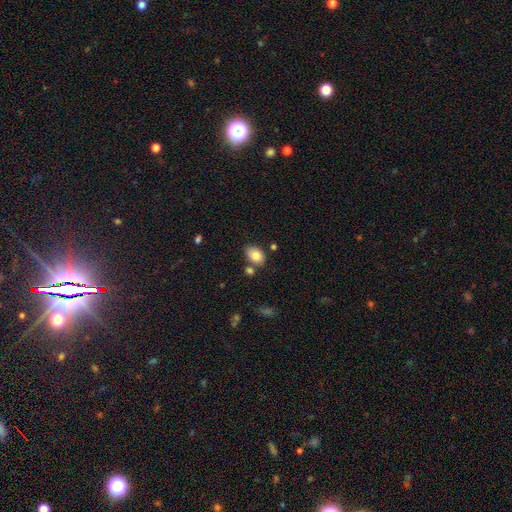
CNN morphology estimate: smooth_or_featured: smooth (p=0.83) [alt: featured or disk p=0.09]
how_rounded: in between (p=0.83) [alt: round p=0.16]
merging: none (p=0.71) [alt: minor disturbance p=0.15]